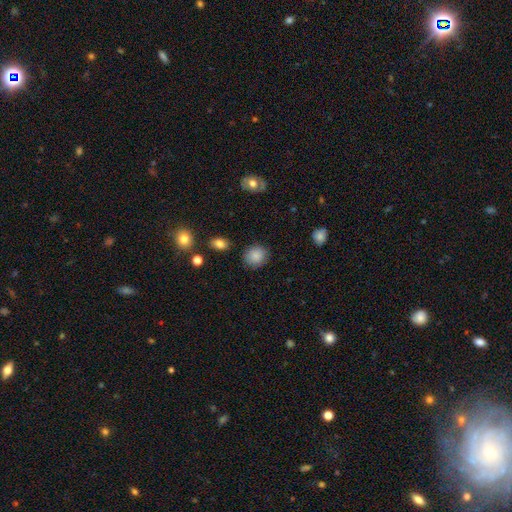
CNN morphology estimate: Smooth or featured? Predicted: smooth (p=0.86). How rounded? Predicted: round (p=0.84). Merging? Predicted: none (p=0.86).